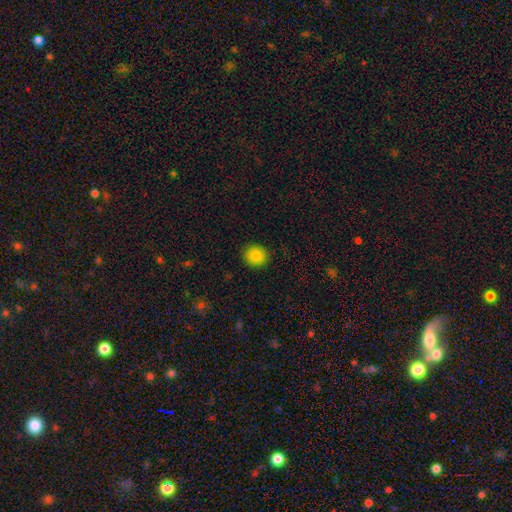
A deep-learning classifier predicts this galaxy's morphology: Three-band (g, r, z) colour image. It shows a smooth galaxy with no disk features (87%) that is round (81%). Merging: none (91%).